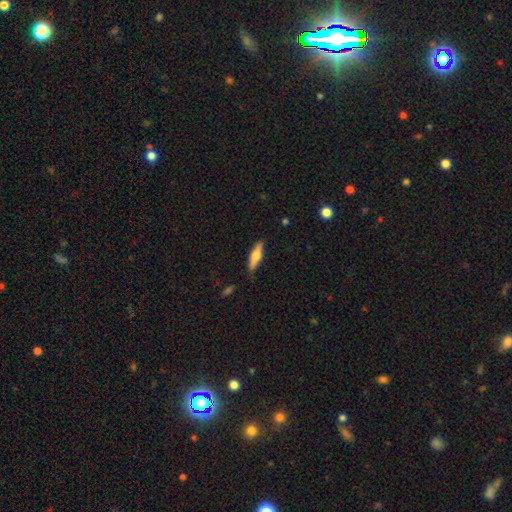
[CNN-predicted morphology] Smooth or featured? smooth (52%)
How rounded? cigar-shaped (69%)
Merging? none (86%)